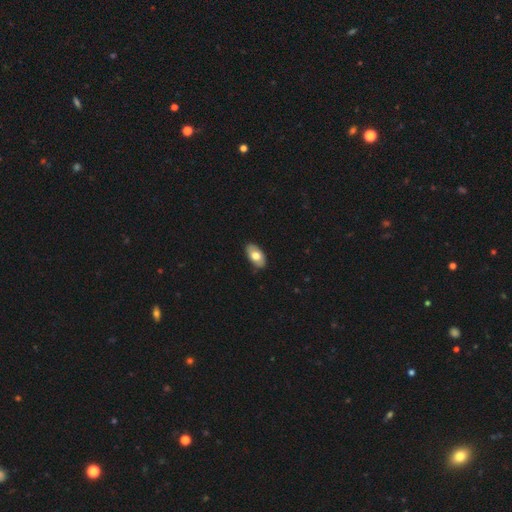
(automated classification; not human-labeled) Q: Smooth or featured?
A: smooth (70%); runner-up: featured or disk (24%)
Q: How rounded?
A: in between (94%); runner-up: round (4%)
Q: Merging?
A: none (85%); runner-up: minor disturbance (12%)